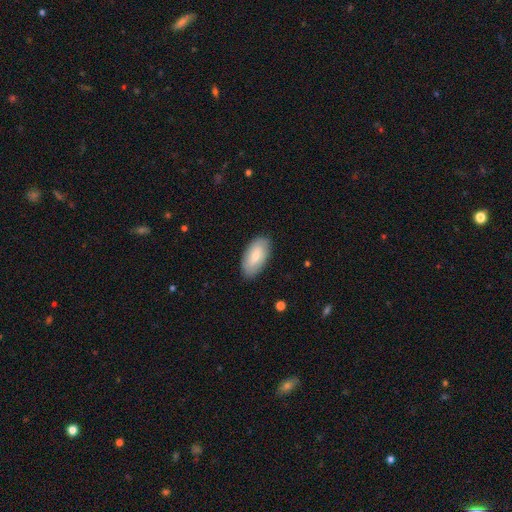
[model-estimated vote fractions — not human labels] Q: Smooth or featured?
A: smooth (67%); runner-up: featured or disk (27%)
Q: How rounded?
A: in between (94%); runner-up: cigar-shaped (4%)
Q: Merging?
A: none (86%); runner-up: minor disturbance (11%)